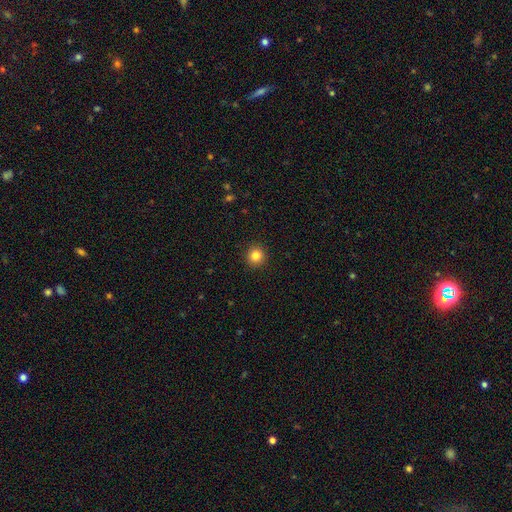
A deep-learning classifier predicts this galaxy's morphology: Q: Smooth or featured?
A: smooth (83%); runner-up: star or artifact (11%)
Q: How rounded?
A: round (94%); runner-up: in between (5%)
Q: Merging?
A: none (93%); runner-up: minor disturbance (5%)